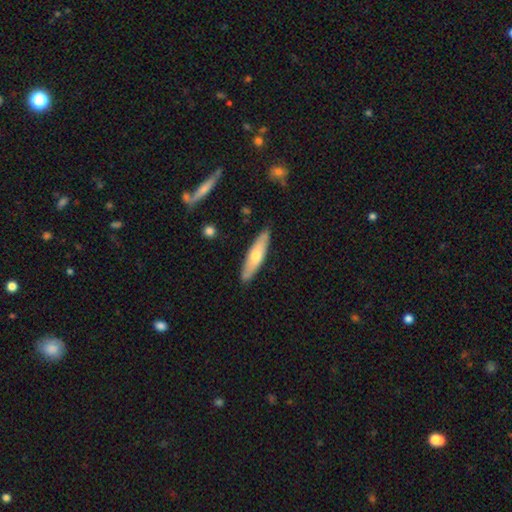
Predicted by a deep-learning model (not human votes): smooth-or-featured: smooth: 57% | featured or disk: 38% | star or artifact: 5%
  how-rounded: cigar-shaped: 74% | in between: 24% | round: 2%
  merging: none: 87% | minor disturbance: 10% | major disturbance: 2% | merger: 1%